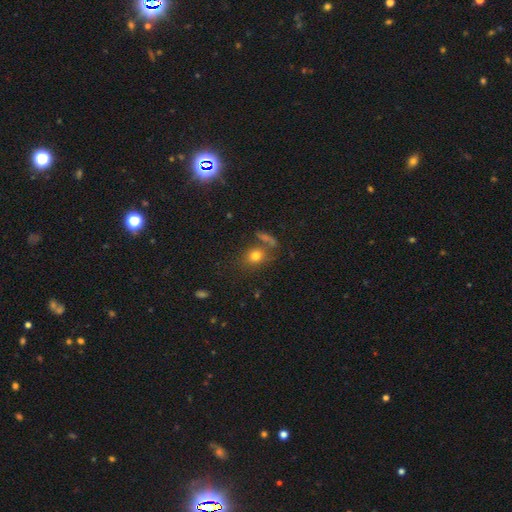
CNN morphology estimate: This is likely a smooth galaxy (76%). How rounded: likely round (64%). Merging: likely none (62%).